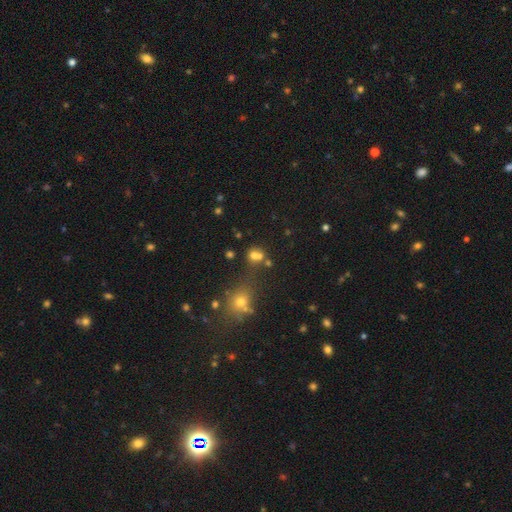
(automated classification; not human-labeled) Smooth or featured: smooth — 65% (star or artifact — 22%)
How rounded: round — 76% (in between — 23%)
Merging: none — 47% (merger — 38%)